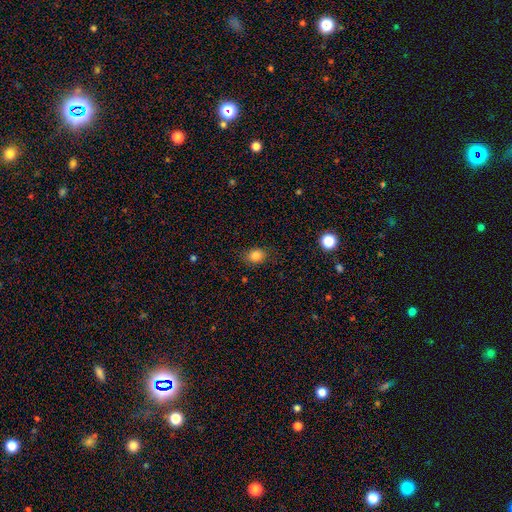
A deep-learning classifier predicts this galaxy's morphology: Q: Smooth or featured?
A: smooth (84%); runner-up: star or artifact (11%)
Q: How rounded?
A: in between (52%); runner-up: round (47%)
Q: Merging?
A: none (78%); runner-up: minor disturbance (16%)